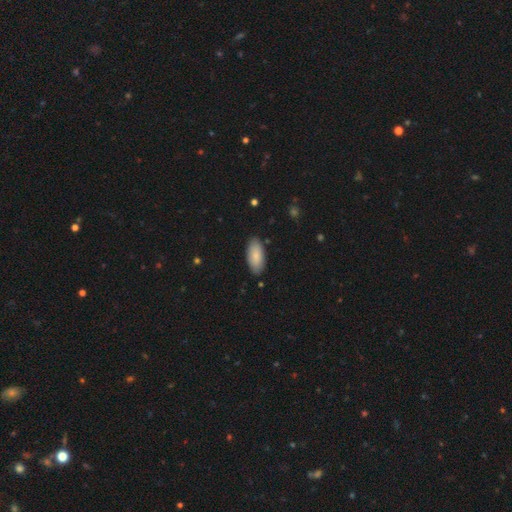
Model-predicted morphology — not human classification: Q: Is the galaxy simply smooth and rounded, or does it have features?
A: smooth — 86%.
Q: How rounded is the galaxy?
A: in between — 89%.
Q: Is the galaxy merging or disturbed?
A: none — 86%.